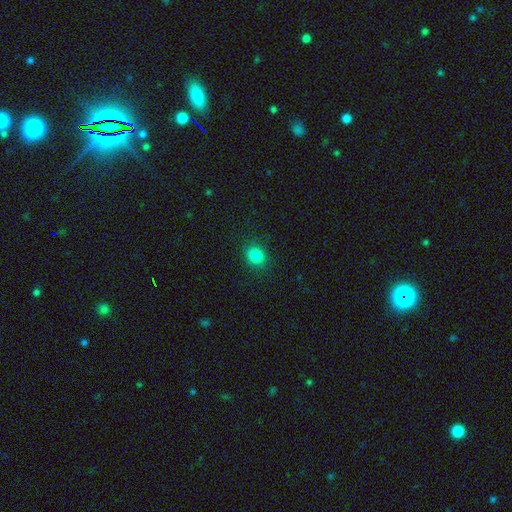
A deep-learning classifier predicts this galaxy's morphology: This is clearly a smooth galaxy (85%). How rounded: likely round (66%). Merging: clearly none (89%).